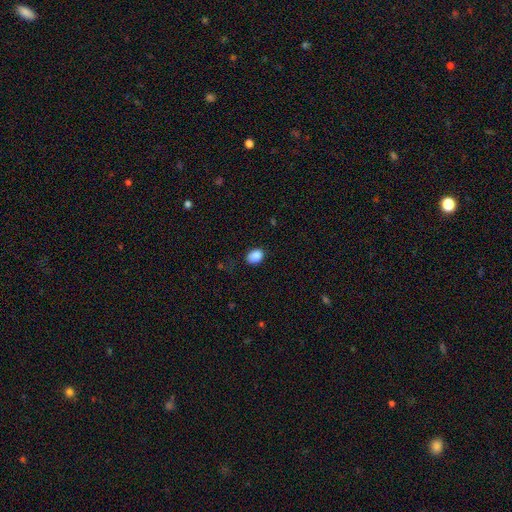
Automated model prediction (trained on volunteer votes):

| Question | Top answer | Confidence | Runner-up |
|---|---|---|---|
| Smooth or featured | smooth | 87% | star or artifact (9%) |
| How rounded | in between | 64% | round (35%) |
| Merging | none | 78% | minor disturbance (17%) |